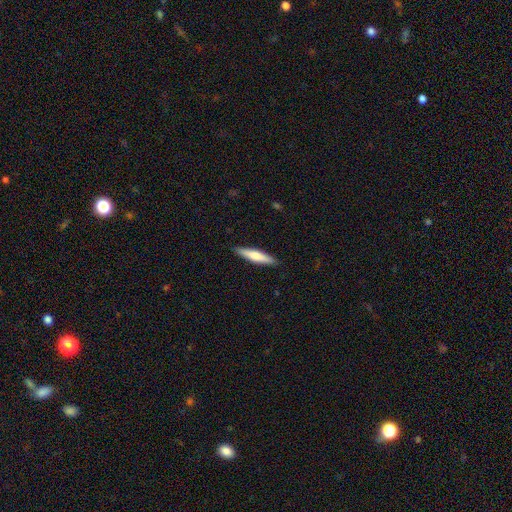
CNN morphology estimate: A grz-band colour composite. It shows a smooth galaxy with no disk features (62%) that is cigar-shaped (86%). Merging: none (90%).